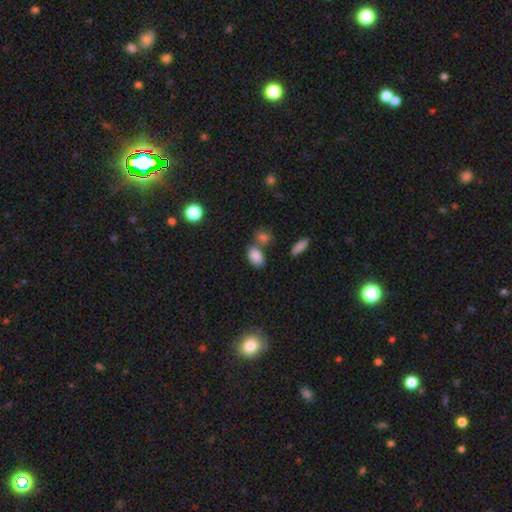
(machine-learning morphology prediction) This is clearly a smooth galaxy (85%). How rounded: clearly in between (87%). Merging: possibly none (58%).